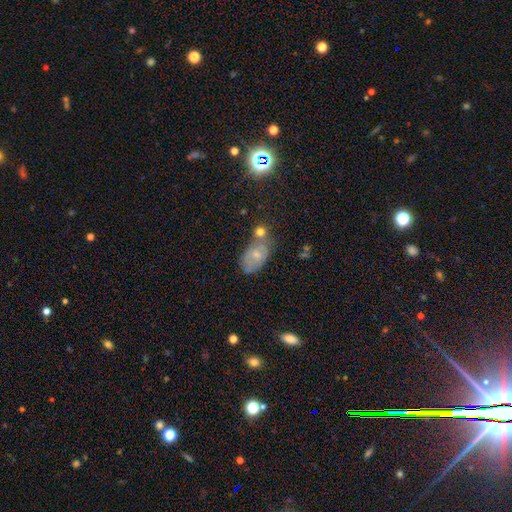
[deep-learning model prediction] A smooth galaxy with no disk features (57%) that is in between round and cigar-shaped (90%). Merging: none (41%).